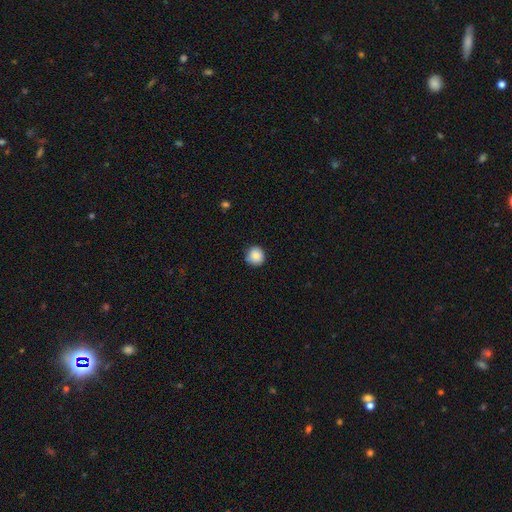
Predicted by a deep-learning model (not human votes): This is clearly a smooth galaxy (88%). How rounded: clearly round (94%). Merging: clearly none (87%).